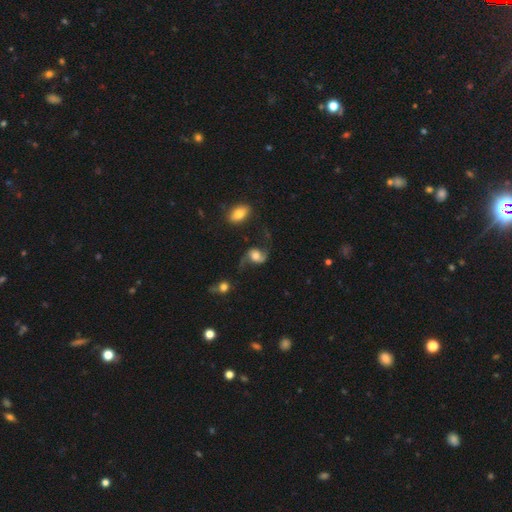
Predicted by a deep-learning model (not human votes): smooth_or_featured: featured or disk (p=0.81) [alt: smooth p=0.12]
disk_edge_on: no (p=0.97) [alt: yes p=0.03]
bar: no (p=0.59) [alt: weak p=0.32]
has_spiral_arms: yes (p=0.95) [alt: no p=0.05]
spiral_winding: loose (p=0.79) [alt: medium p=0.17]
spiral_arm_count: 2 (p=0.93) [alt: 1 p=0.03]
bulge_size: large (p=0.38) [alt: moderate p=0.36]
merging: none (p=0.65) [alt: minor disturbance p=0.16]